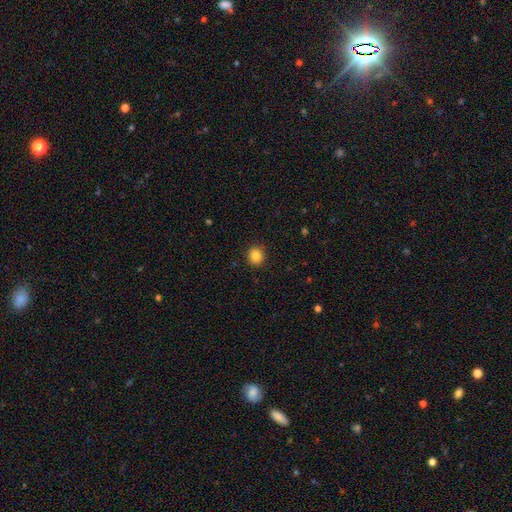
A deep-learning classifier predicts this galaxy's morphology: The model was most divided on "how rounded": round: 86%, in between: 13%, cigar-shaped: 1%. More confident: merging — none (91%); smooth or featured — smooth (85%).